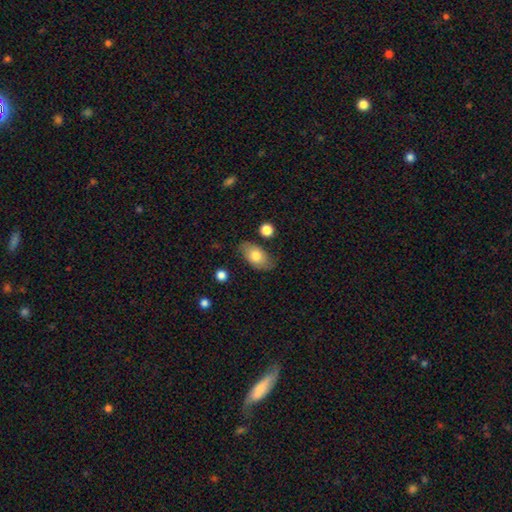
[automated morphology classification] This appears to be a smooth galaxy with no disk features (75%) that is in between round and cigar-shaped (91%). Merging: none (76%).